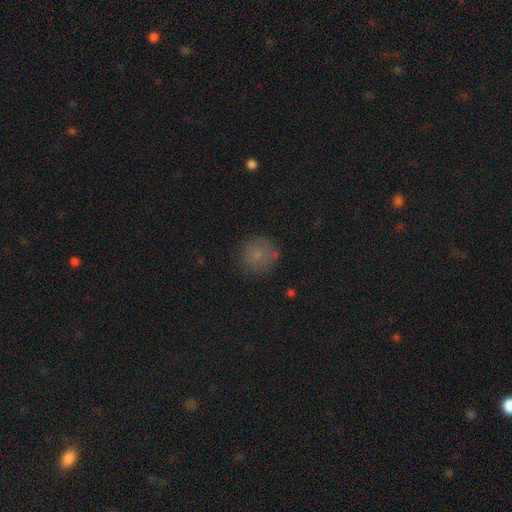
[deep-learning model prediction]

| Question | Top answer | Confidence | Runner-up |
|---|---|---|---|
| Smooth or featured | smooth | 75% | star or artifact (14%) |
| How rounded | round | 93% | in between (6%) |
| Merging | none | 79% | minor disturbance (14%) |